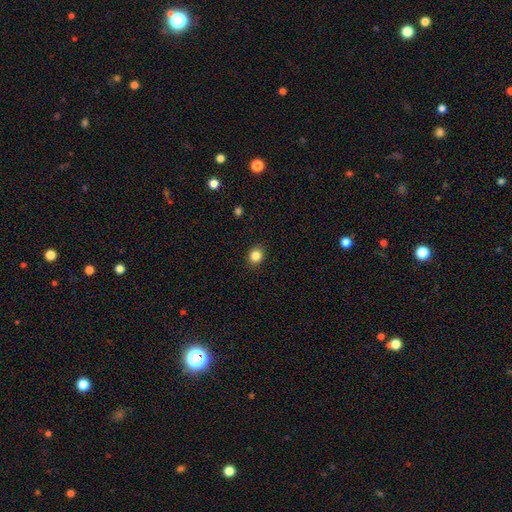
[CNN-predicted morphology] type=smooth (85%); roundness=round (75%); merging=none (90%).